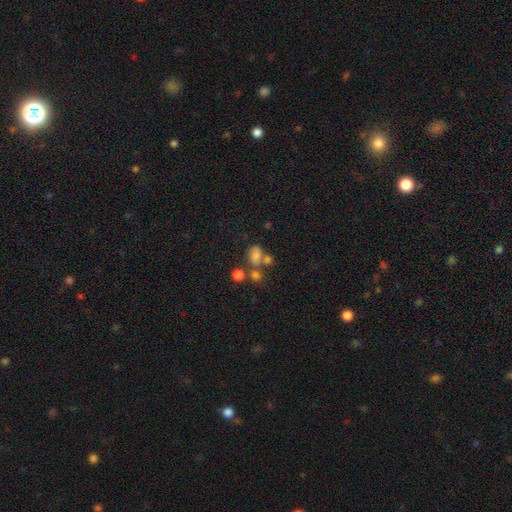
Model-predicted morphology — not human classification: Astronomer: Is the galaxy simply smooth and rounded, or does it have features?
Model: smooth — 65%.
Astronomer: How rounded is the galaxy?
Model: in between — 59% (runner-up: round, 39%).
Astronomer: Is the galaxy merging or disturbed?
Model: none — 39% (runner-up: merger, 35%).